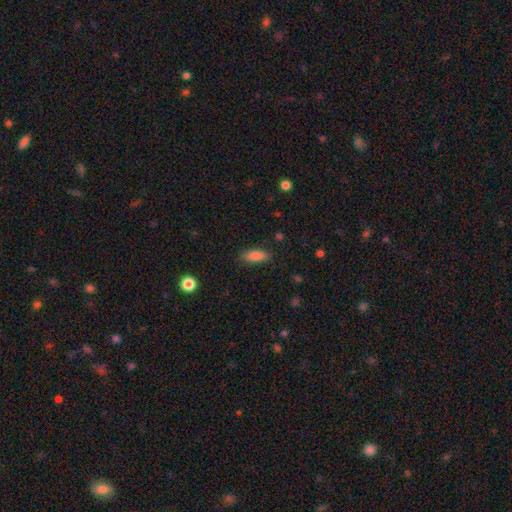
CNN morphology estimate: Smooth or featured: smooth — 85% (star or artifact — 8%)
How rounded: in between — 74% (cigar-shaped — 23%)
Merging: none — 85% (minor disturbance — 11%)